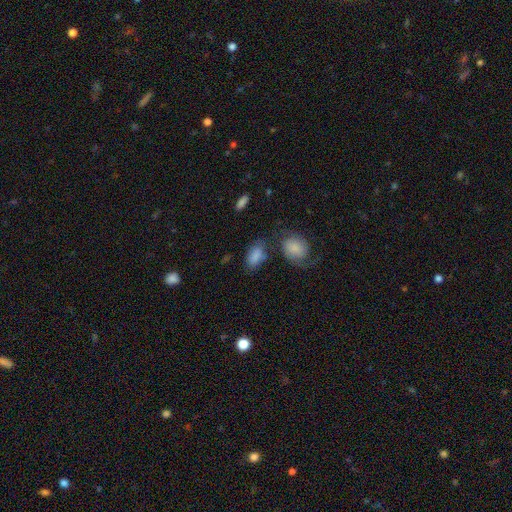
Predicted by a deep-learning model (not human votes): The model was most divided on "merging": none: 50%, minor disturbance: 22%, merger: 17%, major disturbance: 11%. More confident: how rounded — in between (89%); smooth or featured — smooth (82%).